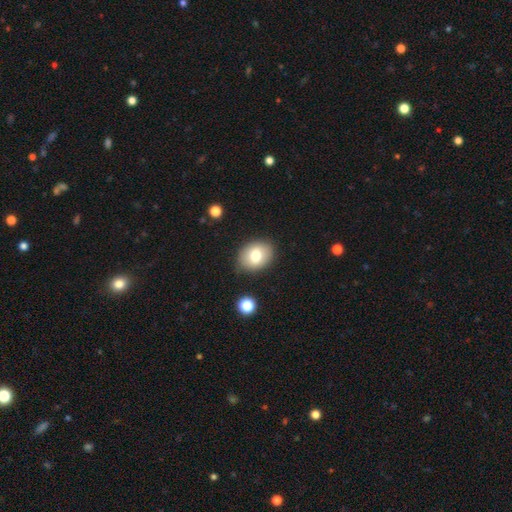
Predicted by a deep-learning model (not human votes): Smooth or featured?
  - smooth: 75% *
  - featured or disk: 16%
  - star or artifact: 9%
How rounded?
  - in between: 61% *
  - round: 39%
  - cigar-shaped: 1%
Merging?
  - none: 83% *
  - minor disturbance: 12%
  - major disturbance: 3%
  - merger: 2%